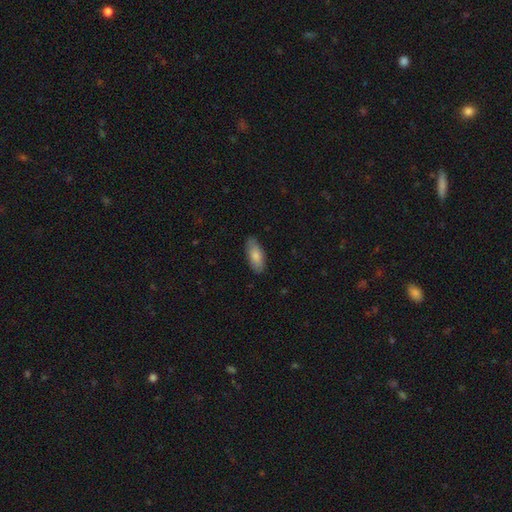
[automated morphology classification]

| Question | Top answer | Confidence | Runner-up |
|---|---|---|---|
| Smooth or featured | smooth | 81% | featured or disk (13%) |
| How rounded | in between | 85% | cigar-shaped (14%) |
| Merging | none | 84% | minor disturbance (13%) |